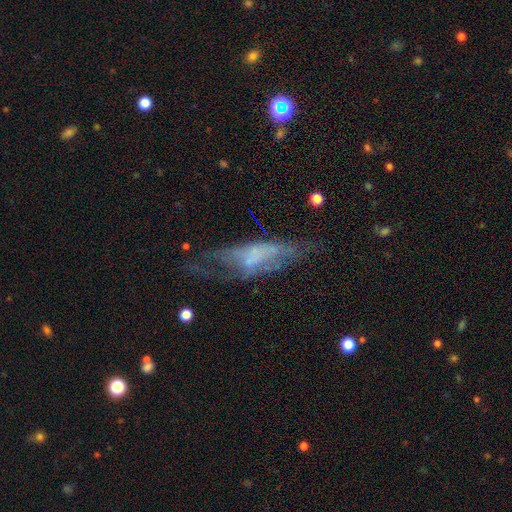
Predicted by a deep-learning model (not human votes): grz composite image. It shows a featured or disk galaxy (56%). Merging: none (39%).